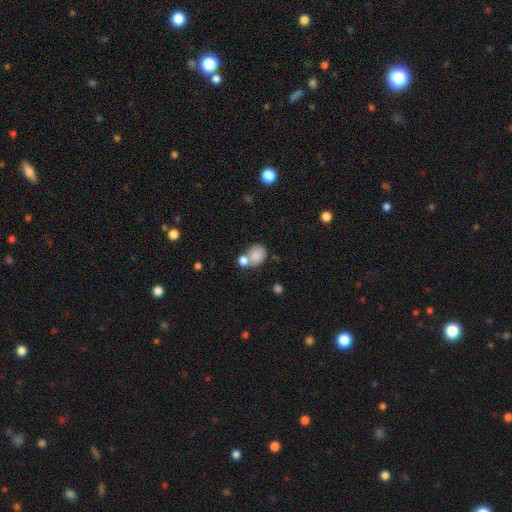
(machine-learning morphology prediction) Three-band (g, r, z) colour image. It shows a smooth galaxy with no disk features (82%) that is in between round and cigar-shaped (57%). Merging: none (42%).